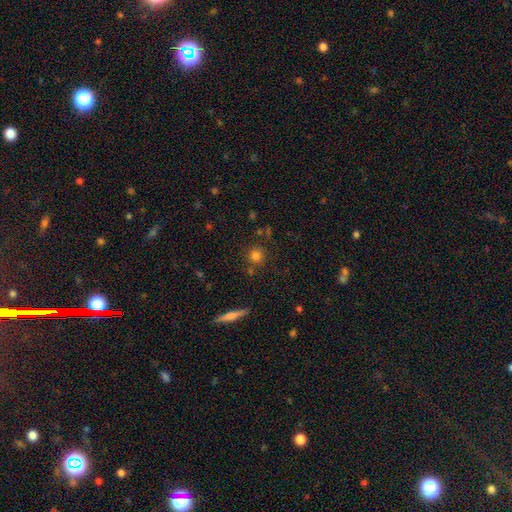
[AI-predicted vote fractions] Overall: smooth (78%). How rounded: round (89%). Merging: none (80%).